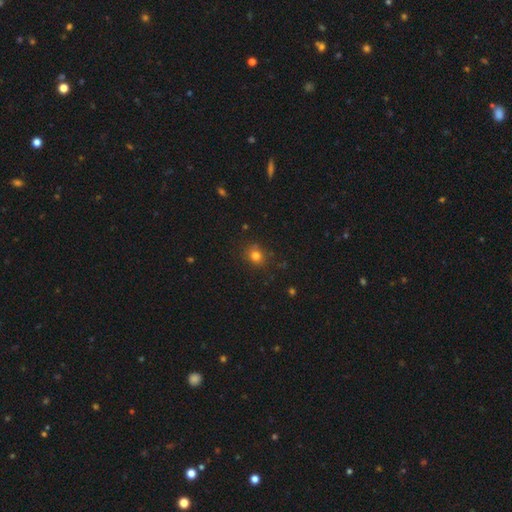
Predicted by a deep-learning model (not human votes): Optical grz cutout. It shows a smooth galaxy with no disk features (79%) that is round (71%). Merging: none (83%).